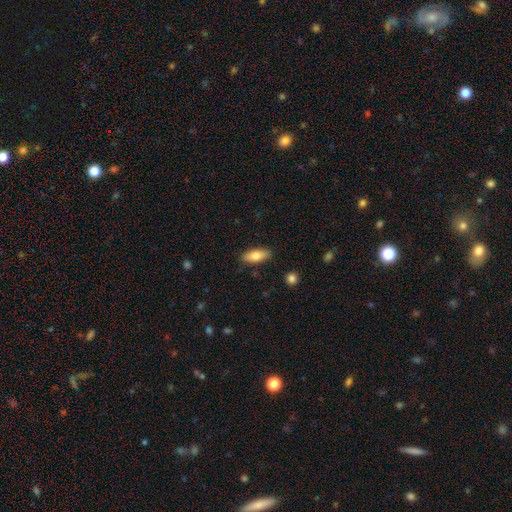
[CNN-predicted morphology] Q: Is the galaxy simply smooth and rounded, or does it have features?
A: smooth — 81%.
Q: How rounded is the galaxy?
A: in between — 77%.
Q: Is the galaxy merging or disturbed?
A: none — 87%.